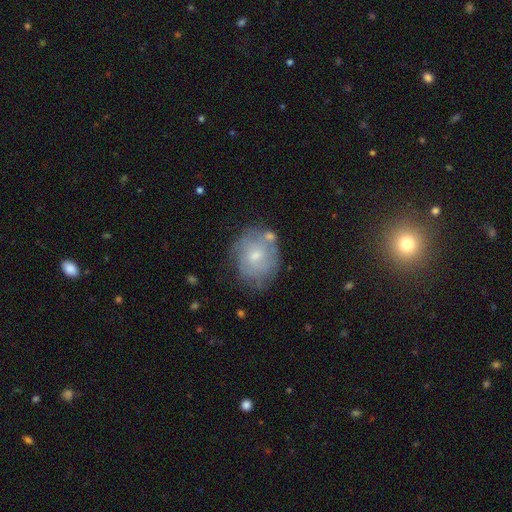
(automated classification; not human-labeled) This appears to be a featured or disk galaxy (49%). Merging: none (61%).